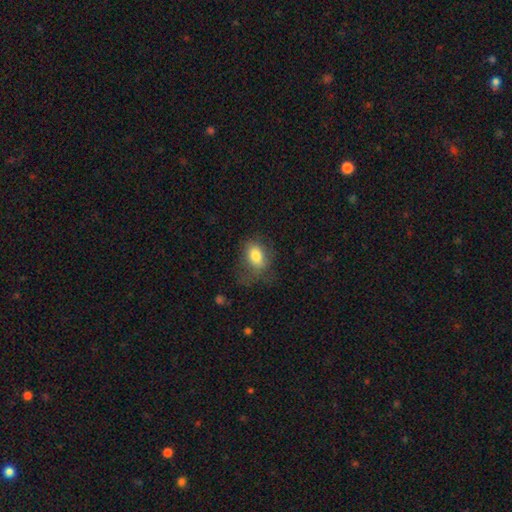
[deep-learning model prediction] Smooth or featured? smooth (79%)
How rounded? in between (79%)
Merging? none (46%)